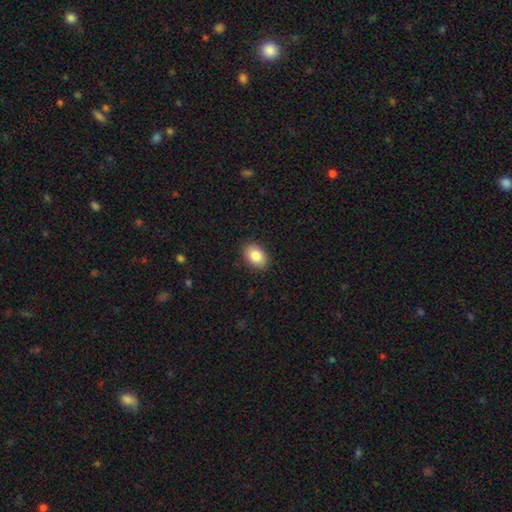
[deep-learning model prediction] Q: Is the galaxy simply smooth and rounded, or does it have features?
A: smooth — 86%.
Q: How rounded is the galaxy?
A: in between — 80%.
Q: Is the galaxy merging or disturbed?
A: none — 90%.